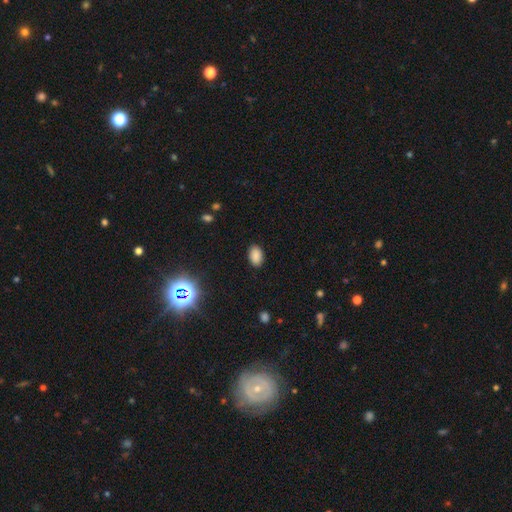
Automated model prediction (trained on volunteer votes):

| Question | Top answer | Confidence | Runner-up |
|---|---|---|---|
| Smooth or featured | smooth | 85% | star or artifact (11%) |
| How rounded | in between | 89% | round (10%) |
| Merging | none | 87% | minor disturbance (9%) |